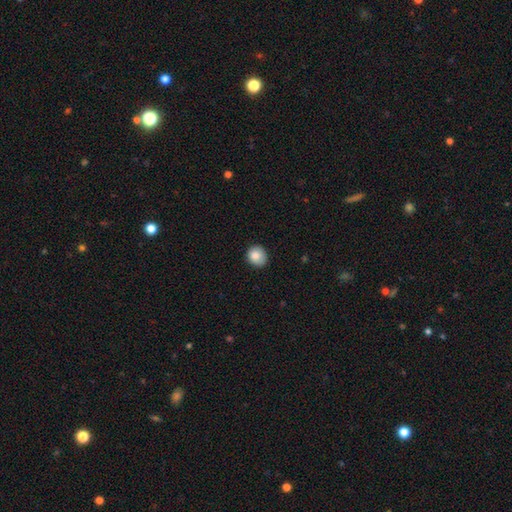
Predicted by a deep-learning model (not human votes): Smooth or featured: smooth — 85% (star or artifact — 8%)
How rounded: round — 79% (in between — 20%)
Merging: none — 83% (minor disturbance — 14%)